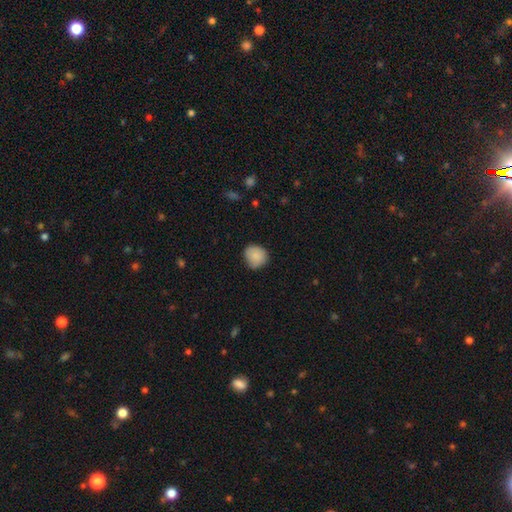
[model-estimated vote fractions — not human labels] Smooth or featured? smooth (87%)
How rounded? round (85%)
Merging? none (78%)